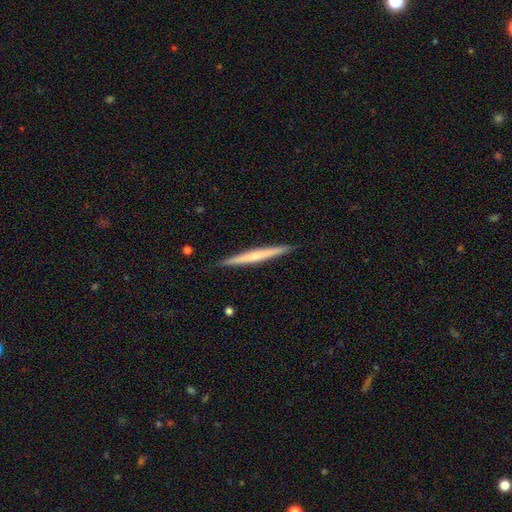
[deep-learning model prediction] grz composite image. It shows a featured or disk galaxy (51%) viewed edge-on (98%). Merging: none (92%).